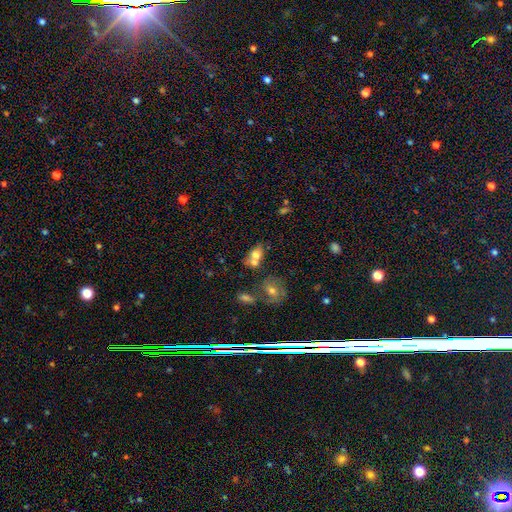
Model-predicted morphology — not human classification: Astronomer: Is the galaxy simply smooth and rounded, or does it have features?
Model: smooth — 72%.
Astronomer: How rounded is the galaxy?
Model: in between — 65%.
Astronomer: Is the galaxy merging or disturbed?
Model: merger — 51% (runner-up: none, 31%).